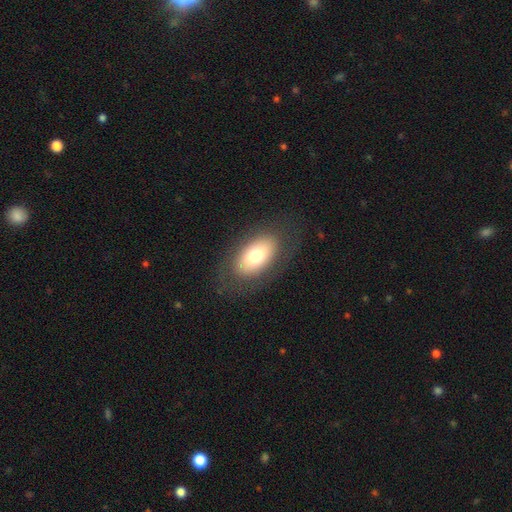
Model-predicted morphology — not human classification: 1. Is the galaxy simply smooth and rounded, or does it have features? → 70% smooth, 22% featured or disk, 8% star or artifact.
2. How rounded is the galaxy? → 92% in between, 6% round, 2% cigar-shaped.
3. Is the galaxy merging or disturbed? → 79% none, 13% minor disturbance, 7% major disturbance, 1% merger.